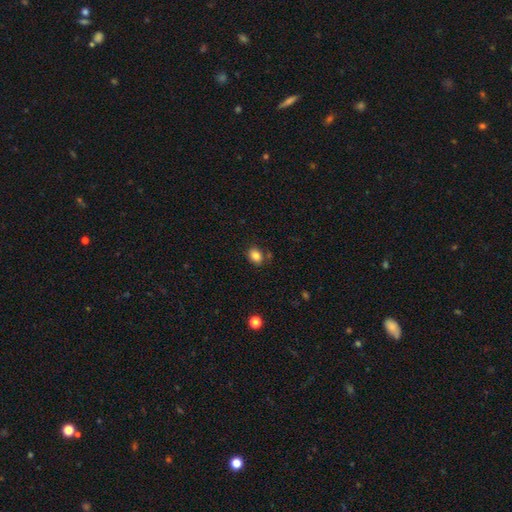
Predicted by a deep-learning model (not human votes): This is clearly a smooth galaxy (83%). How rounded: possibly in between (57%). Merging: likely none (79%).